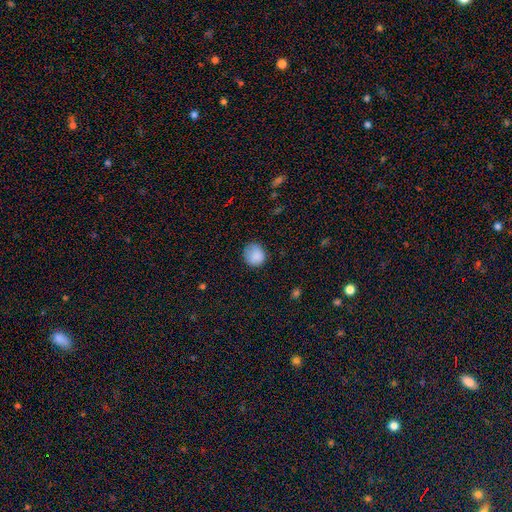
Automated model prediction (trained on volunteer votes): A smooth galaxy with no disk features (87%) that is round (87%).

Vote fractions:
- Smooth or featured? smooth: 87% / star or artifact: 8% / featured or disk: 5%
- How rounded? round: 87% / in between: 12% / cigar-shaped: 1%
- Merging? none: 78% / minor disturbance: 17% / major disturbance: 4% / merger: 1%